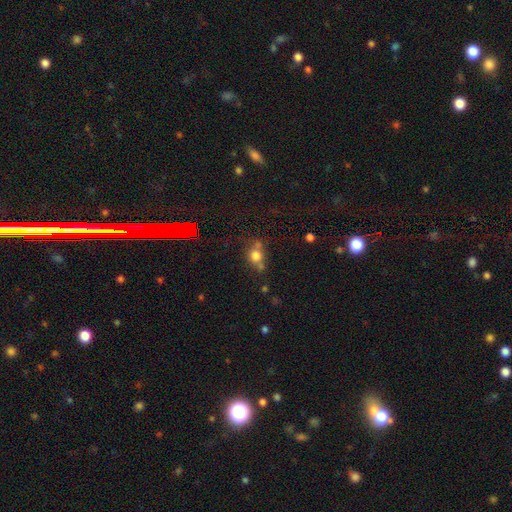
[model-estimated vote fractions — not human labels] This is likely a smooth galaxy (69%). How rounded: likely round (67%). Merging: possibly none (50%).